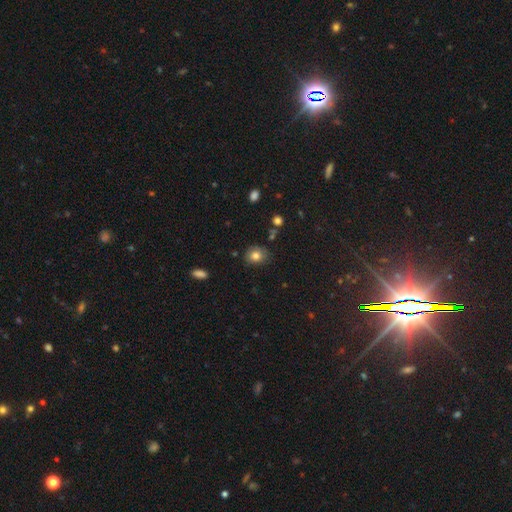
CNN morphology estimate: Smooth or featured: smooth — 80% (star or artifact — 11%)
How rounded: round — 67% (in between — 32%)
Merging: none — 81% (minor disturbance — 14%)